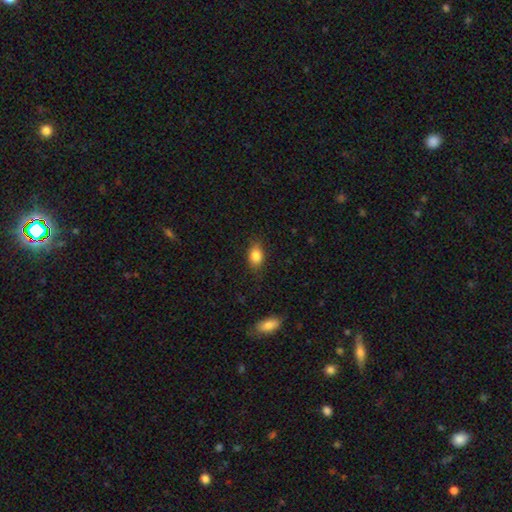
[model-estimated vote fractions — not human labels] Smooth or featured? Predicted: smooth (p=0.84). How rounded? Predicted: in between (p=0.79). Merging? Predicted: none (p=0.81).